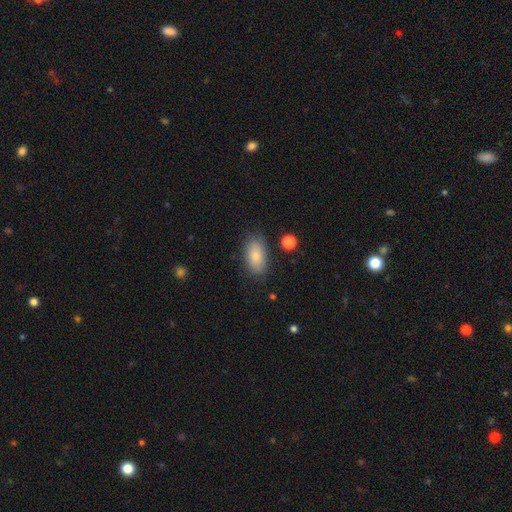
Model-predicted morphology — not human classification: Smooth or featured: smooth — 85% (featured or disk — 8%)
How rounded: in between — 92% (round — 4%)
Merging: none — 80% (minor disturbance — 14%)